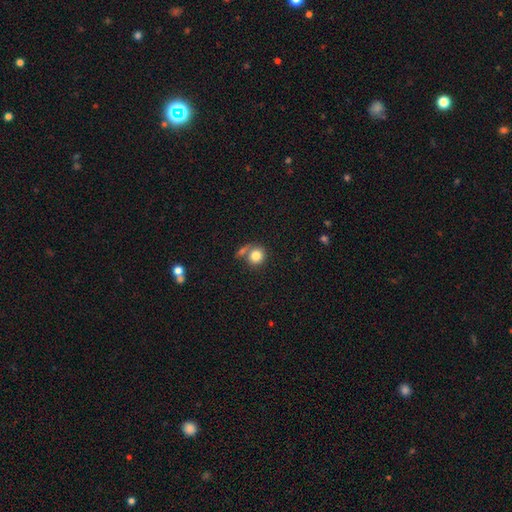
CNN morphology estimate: Q: Smooth or featured?
A: smooth (82%); runner-up: star or artifact (9%)
Q: How rounded?
A: round (83%); runner-up: in between (16%)
Q: Merging?
A: none (54%); runner-up: merger (29%)